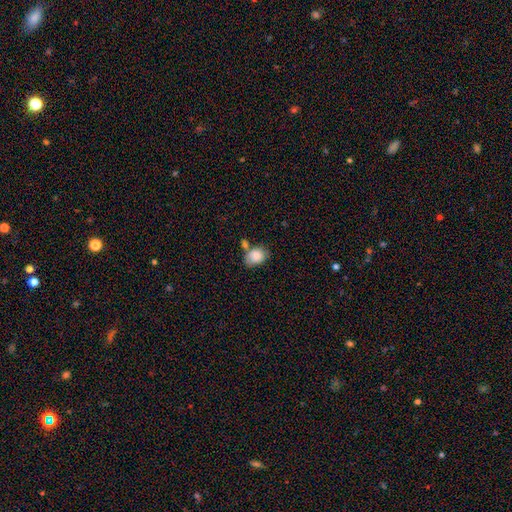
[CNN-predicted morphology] The model was most divided on "merging": none: 48%, minor disturbance: 22%, merger: 22%, major disturbance: 7%. More confident: smooth or featured — smooth (84%); how rounded — in between (64%).